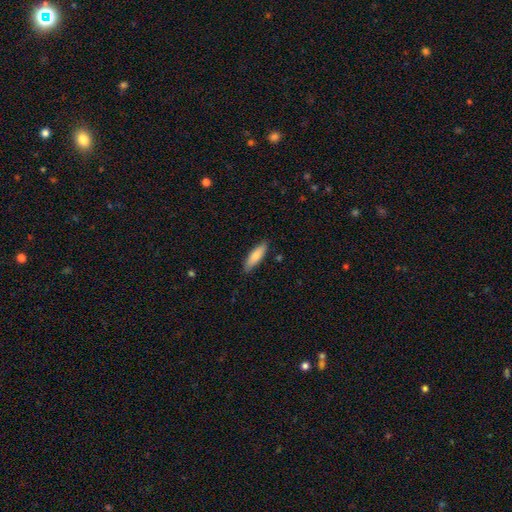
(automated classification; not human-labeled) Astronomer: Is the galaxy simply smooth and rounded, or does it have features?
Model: smooth — 78%.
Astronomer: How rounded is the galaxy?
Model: cigar-shaped — 57% (runner-up: in between, 42%).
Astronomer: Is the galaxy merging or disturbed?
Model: none — 86%.